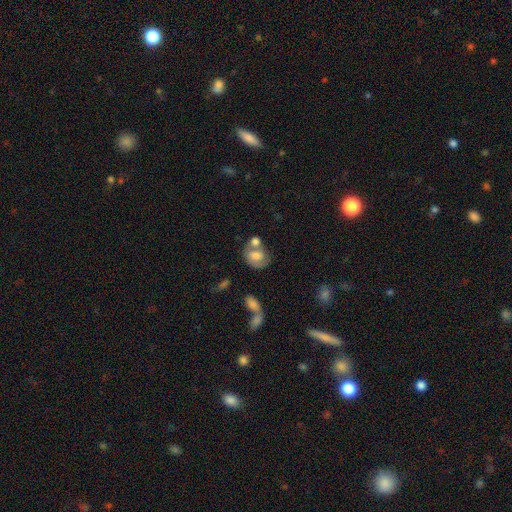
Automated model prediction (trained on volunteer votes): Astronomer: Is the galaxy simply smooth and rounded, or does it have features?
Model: smooth — 55% (runner-up: featured or disk, 37%).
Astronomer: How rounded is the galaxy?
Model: in between — 51% (runner-up: round, 48%).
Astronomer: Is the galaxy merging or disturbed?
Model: merger — 42% (runner-up: none, 34%).